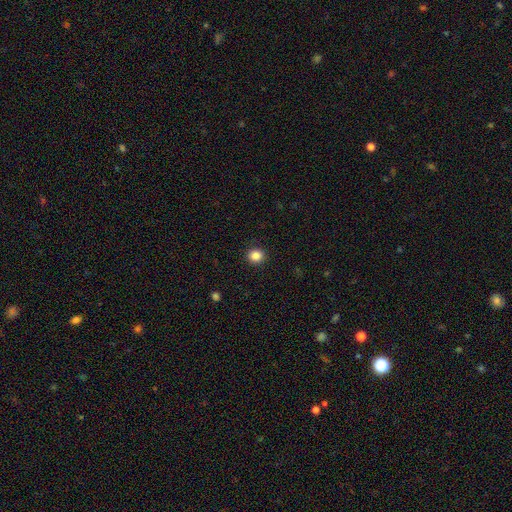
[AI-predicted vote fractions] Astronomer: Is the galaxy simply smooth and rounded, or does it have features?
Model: smooth — 86%.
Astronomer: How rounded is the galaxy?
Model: round — 85%.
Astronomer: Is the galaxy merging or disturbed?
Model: none — 92%.